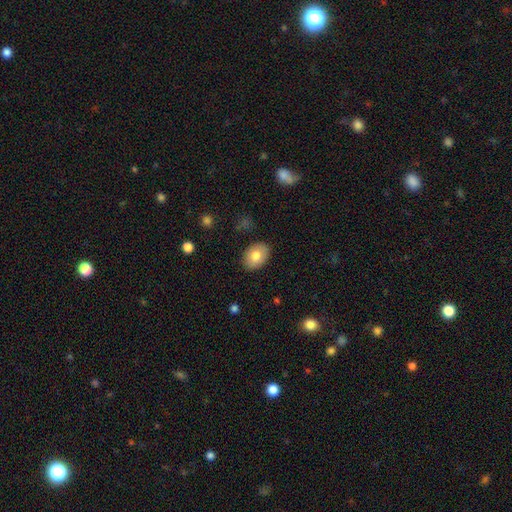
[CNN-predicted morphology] Smooth or featured?
  - smooth: 77% *
  - featured or disk: 16%
  - star or artifact: 7%
How rounded?
  - in between: 79% *
  - round: 20%
  - cigar-shaped: 1%
Merging?
  - none: 88% *
  - minor disturbance: 9%
  - major disturbance: 2%
  - merger: 1%